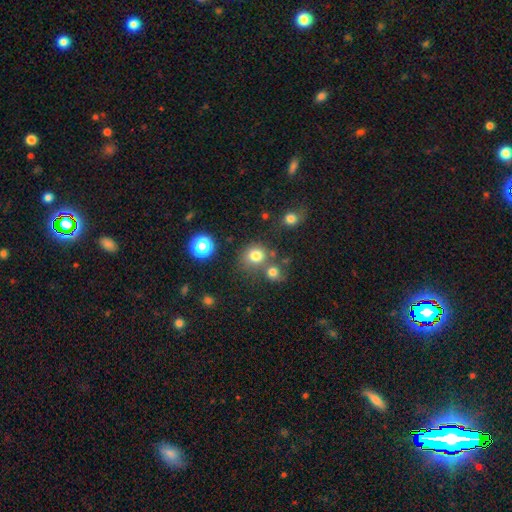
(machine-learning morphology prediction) Q: Smooth or featured?
A: smooth (77%); runner-up: star or artifact (16%)
Q: How rounded?
A: round (82%); runner-up: in between (17%)
Q: Merging?
A: none (61%); runner-up: merger (22%)